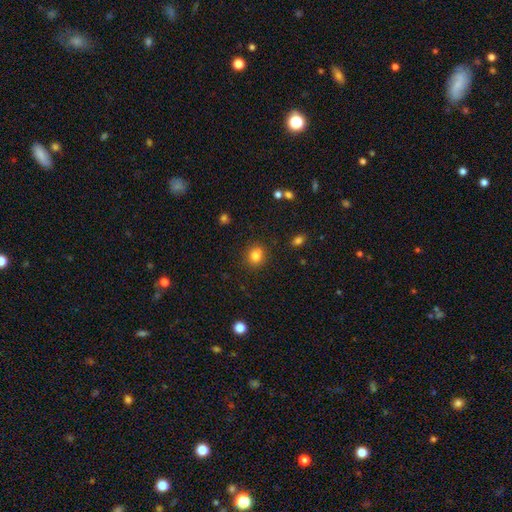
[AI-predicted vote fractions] Smooth or featured? smooth (79%)
How rounded? round (78%)
Merging? none (74%)